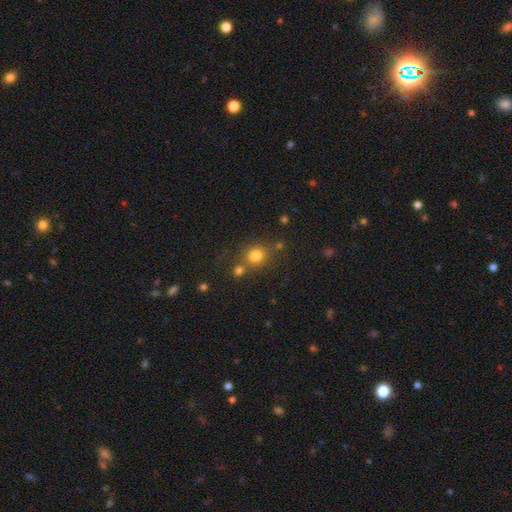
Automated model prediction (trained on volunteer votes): A smooth galaxy with no disk features (78%) that is round (85%). Merging: none (66%).